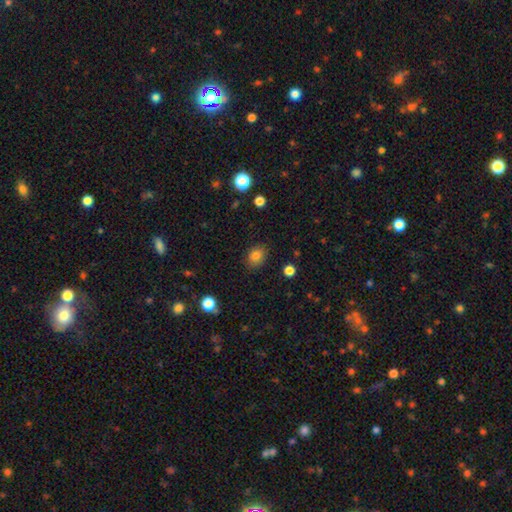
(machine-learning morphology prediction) The model was most divided on "how rounded": in between: 53%, round: 46%, cigar-shaped: 1%. More confident: merging — none (85%); smooth or featured — smooth (84%).